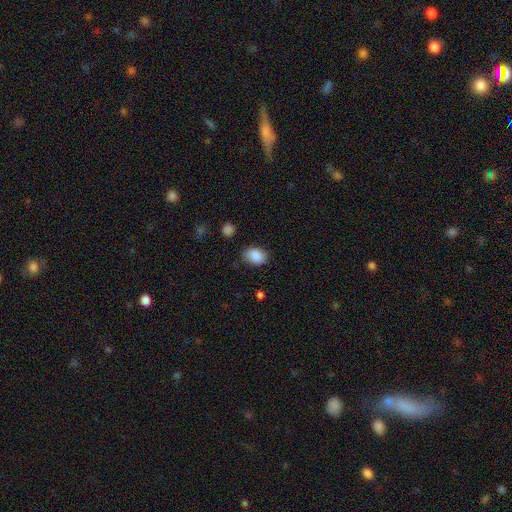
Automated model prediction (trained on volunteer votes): A smooth galaxy with no disk features (88%) that is in between round and cigar-shaped (72%). Merging: none (76%).